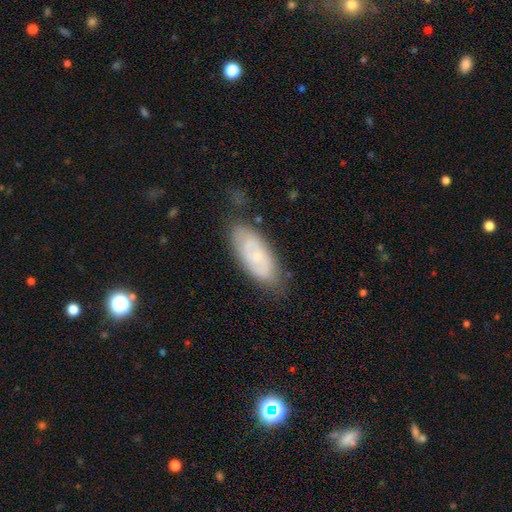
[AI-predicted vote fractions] Smooth or featured? featured or disk (50%)
Edge-on disk? no (88%)
Merging? none (76%)